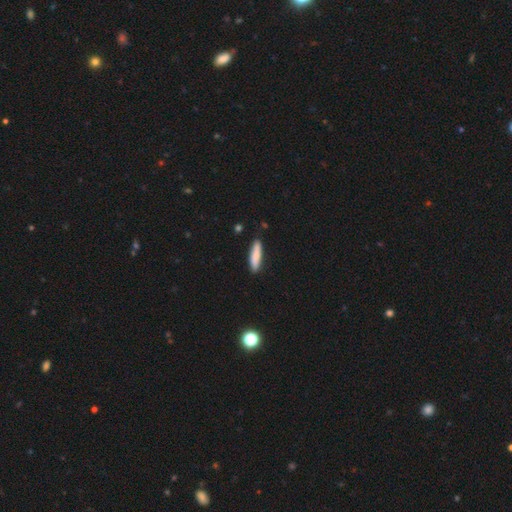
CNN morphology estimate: Smooth or featured: smooth — 84% (featured or disk — 11%)
How rounded: cigar-shaped — 81% (in between — 18%)
Merging: none — 87% (minor disturbance — 10%)